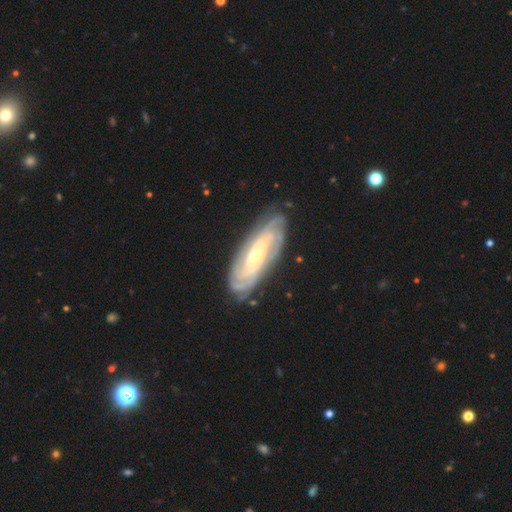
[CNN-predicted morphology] smooth_or_featured: featured or disk (p=0.84) [alt: smooth p=0.11]
disk_edge_on: no (p=0.87) [alt: yes p=0.13]
bar: no (p=0.58) [alt: weak p=0.30]
has_spiral_arms: yes (p=0.95) [alt: no p=0.05]
spiral_winding: tight (p=0.76) [alt: medium p=0.20]
spiral_arm_count: can't tell (p=0.44) [alt: 4 p=0.17]
bulge_size: small (p=0.56) [alt: moderate p=0.39]
merging: none (p=0.81) [alt: minor disturbance p=0.14]